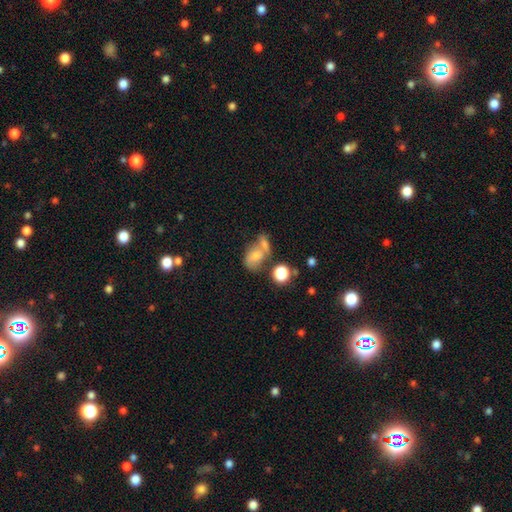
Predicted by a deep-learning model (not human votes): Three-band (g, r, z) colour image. It shows a smooth galaxy with no disk features (69%) that is in between round and cigar-shaped (75%). Merging: merger (50%).